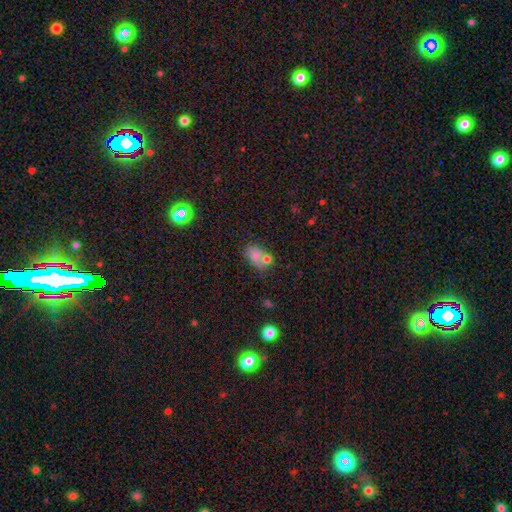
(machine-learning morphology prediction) Smooth or featured? smooth (67%)
How rounded? in between (70%)
Merging? none (41%)